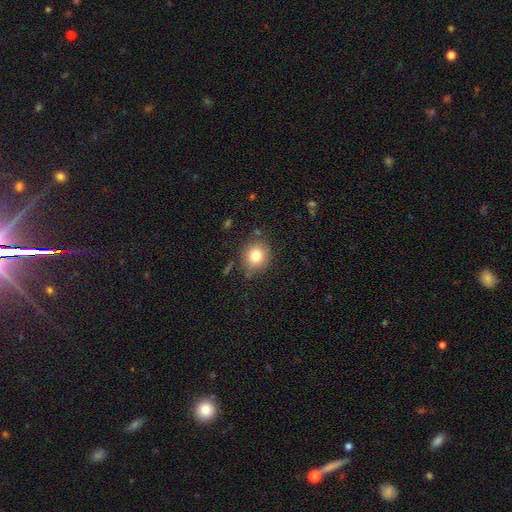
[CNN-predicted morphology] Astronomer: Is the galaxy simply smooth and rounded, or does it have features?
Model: smooth — 80%.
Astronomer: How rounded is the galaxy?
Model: round — 81%.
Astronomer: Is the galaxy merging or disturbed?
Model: none — 80%.